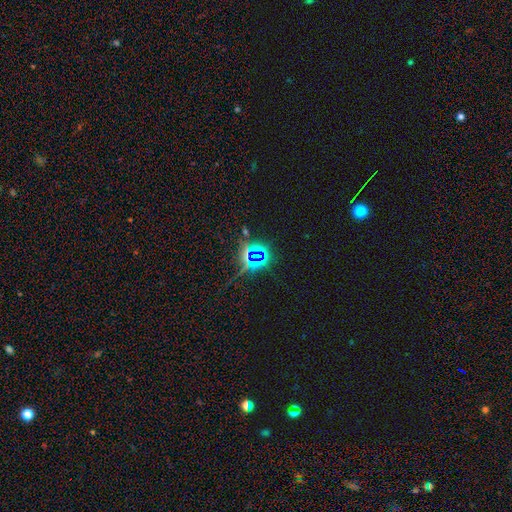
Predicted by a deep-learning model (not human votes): Overall: star or artifact (79%).